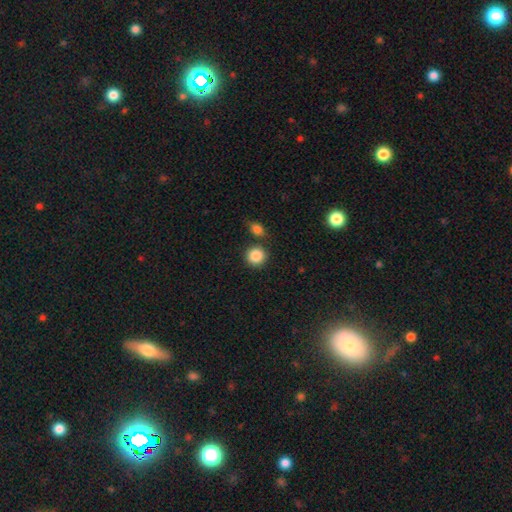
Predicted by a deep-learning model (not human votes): A smooth galaxy with no disk features (87%) that is round (90%).

Vote fractions:
- Smooth or featured? smooth: 87% / star or artifact: 9% / featured or disk: 4%
- How rounded? round: 90% / in between: 9% / cigar-shaped: 1%
- Merging? none: 79% / merger: 10% / minor disturbance: 8% / major disturbance: 3%